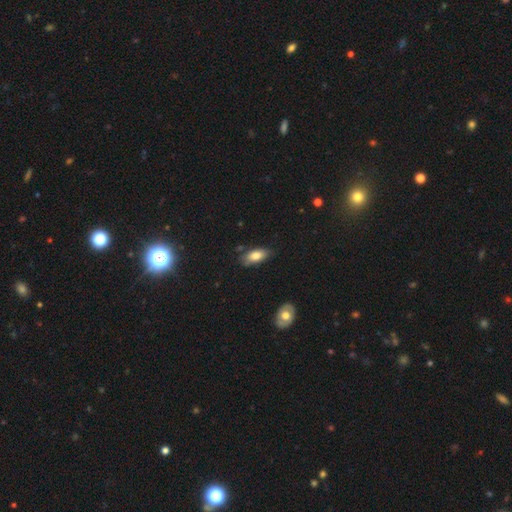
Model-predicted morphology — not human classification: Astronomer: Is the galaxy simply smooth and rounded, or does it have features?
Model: smooth — 79%.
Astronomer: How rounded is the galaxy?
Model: in between — 87%.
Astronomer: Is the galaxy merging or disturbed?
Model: none — 71%.